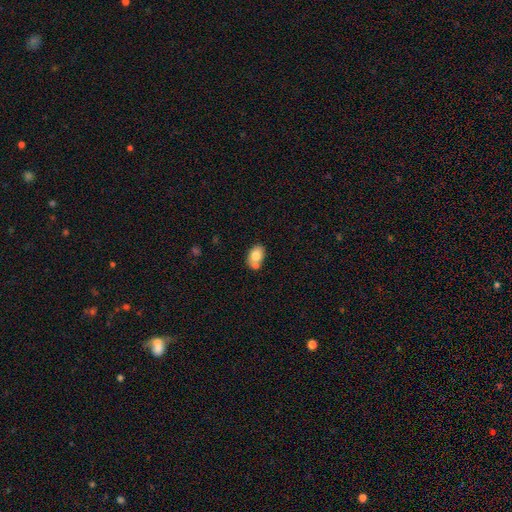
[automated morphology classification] A smooth galaxy with no disk features (76%) that is in between round and cigar-shaped (80%). Merging: none (48%).